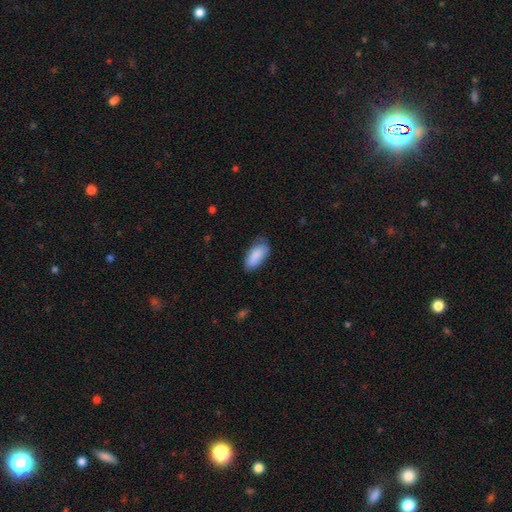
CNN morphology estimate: Overall: smooth (87%). How rounded: in between (88%). Merging: none (71%).